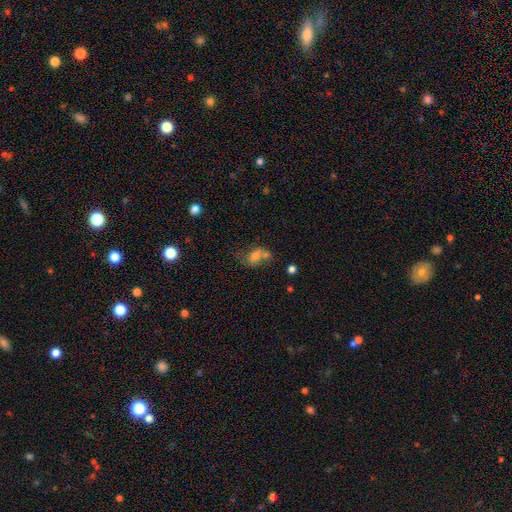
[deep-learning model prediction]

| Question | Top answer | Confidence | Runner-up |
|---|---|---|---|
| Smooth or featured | smooth | 64% | featured or disk (22%) |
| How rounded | in between | 68% | round (30%) |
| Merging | merger | 45% | none (27%) |